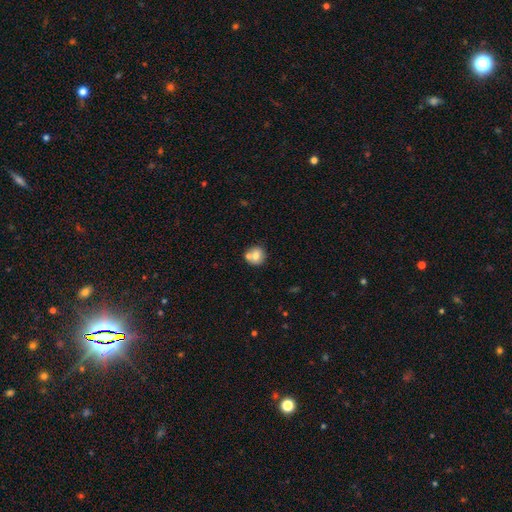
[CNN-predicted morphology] Smooth or featured: smooth — 72% (featured or disk — 19%)
How rounded: round — 85% (in between — 14%)
Merging: none — 57% (merger — 30%)